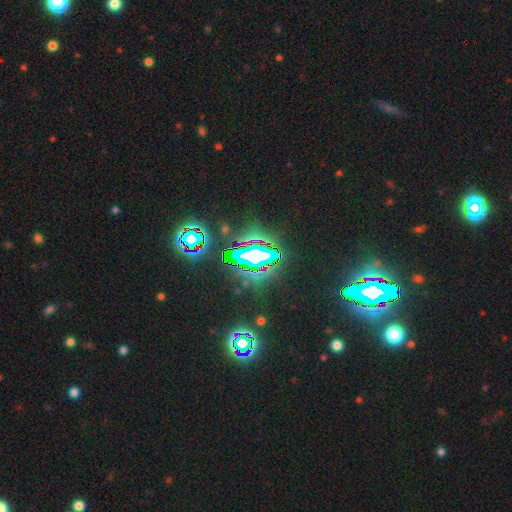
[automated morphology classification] A star or artifact, not a galaxy (72%).